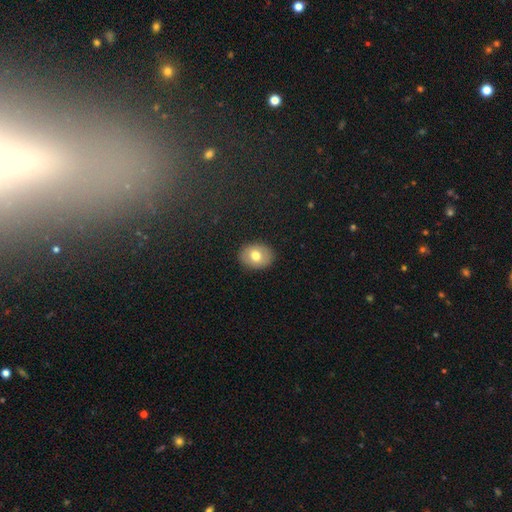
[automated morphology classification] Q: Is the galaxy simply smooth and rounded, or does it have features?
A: smooth — 72%.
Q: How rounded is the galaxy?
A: in between — 57%.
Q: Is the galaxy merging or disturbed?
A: none — 89%.